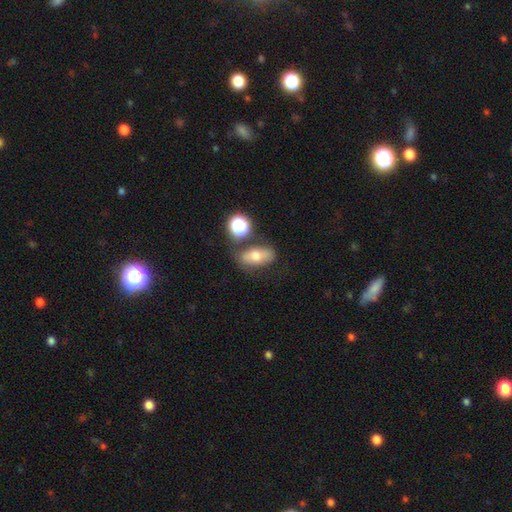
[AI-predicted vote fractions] Q: Smooth or featured?
A: smooth (57%); runner-up: featured or disk (29%)
Q: How rounded?
A: in between (76%); runner-up: round (16%)
Q: Merging?
A: none (58%); runner-up: minor disturbance (20%)